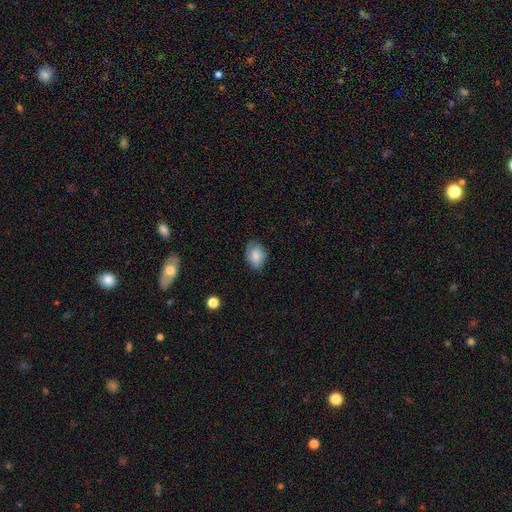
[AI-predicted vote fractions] A smooth galaxy with no disk features (69%) that is in between round and cigar-shaped (70%). Merging: none (70%).